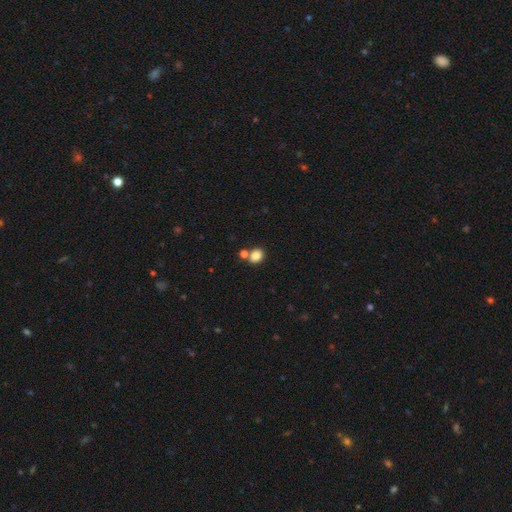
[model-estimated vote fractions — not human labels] Smooth or featured: smooth — 84% (star or artifact — 11%)
How rounded: round — 67% (in between — 32%)
Merging: none — 66% (merger — 22%)